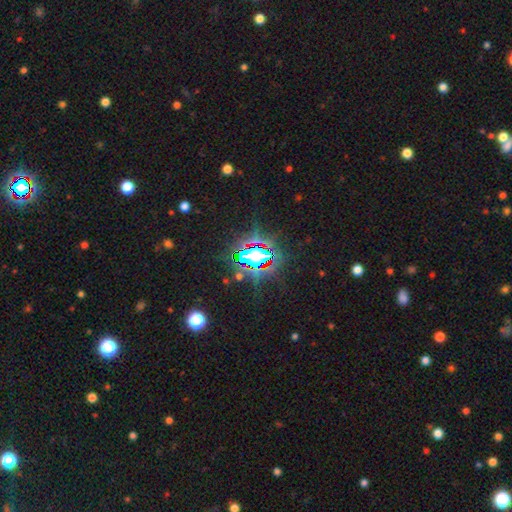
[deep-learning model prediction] This appears to be a star or artifact, not a galaxy (76%).